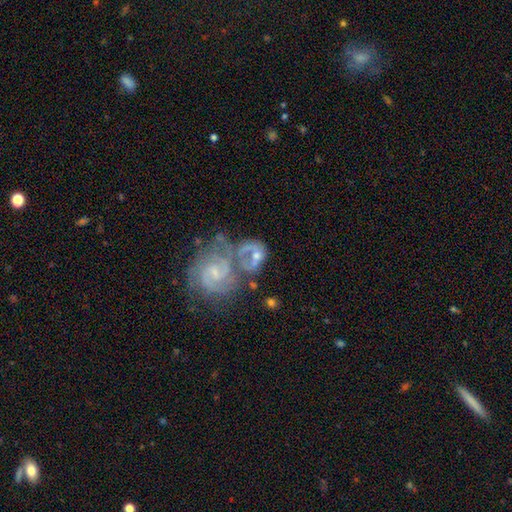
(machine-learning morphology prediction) Smooth or featured? featured or disk (79%)
Edge-on disk? no (97%)
Bar? no (50%)
Spiral arms? yes (89%)
Spiral winding? tight (45%)
Spiral arm count? 2 (61%)
Bulge size? small (57%)
Merging? merger (59%)